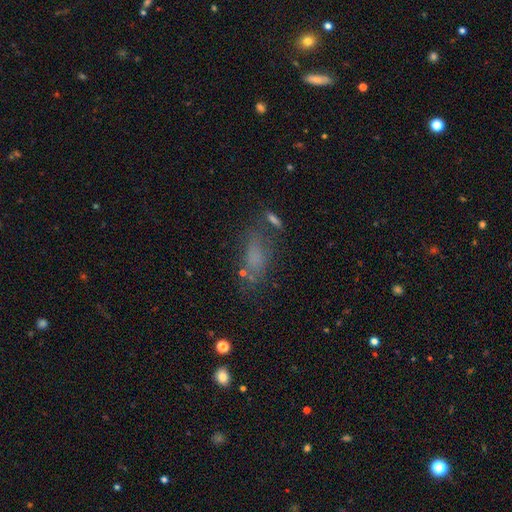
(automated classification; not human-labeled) A smooth galaxy with no disk features (68%) that is in between round and cigar-shaped (74%). Merging: none (56%).